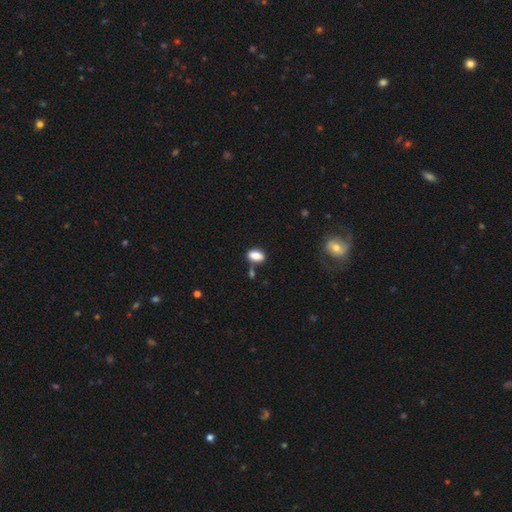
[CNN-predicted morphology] Smooth or featured: smooth — 86% (star or artifact — 8%)
How rounded: in between — 88% (round — 7%)
Merging: none — 76% (minor disturbance — 13%)